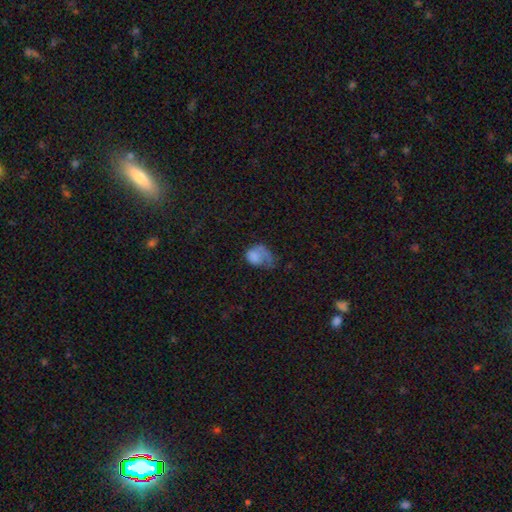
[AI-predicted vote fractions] Q: Smooth or featured?
A: smooth (66%); runner-up: featured or disk (24%)
Q: How rounded?
A: in between (64%); runner-up: round (35%)
Q: Merging?
A: major disturbance (51%); runner-up: minor disturbance (24%)